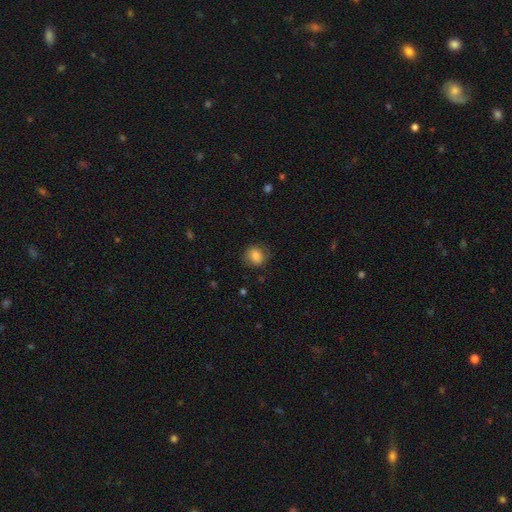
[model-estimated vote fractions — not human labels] Overall: smooth (82%). How rounded: round (77%). Merging: none (81%).